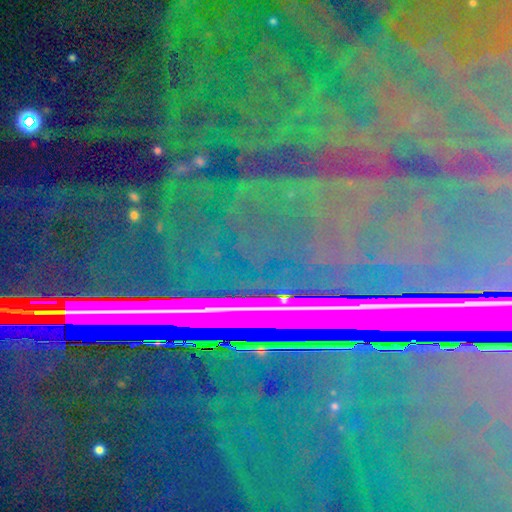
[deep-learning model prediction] The model was most divided on "smooth or featured": star or artifact: 86%, featured or disk: 8%, smooth: 6%.